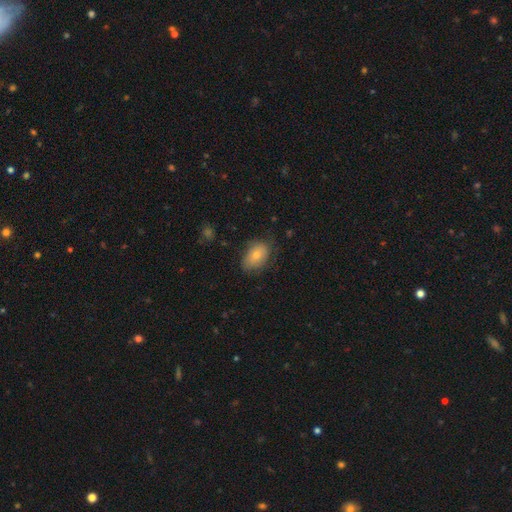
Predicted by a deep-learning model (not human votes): This appears to be a smooth galaxy with no disk features (71%) that is in between round and cigar-shaped (84%). Merging: none (70%).